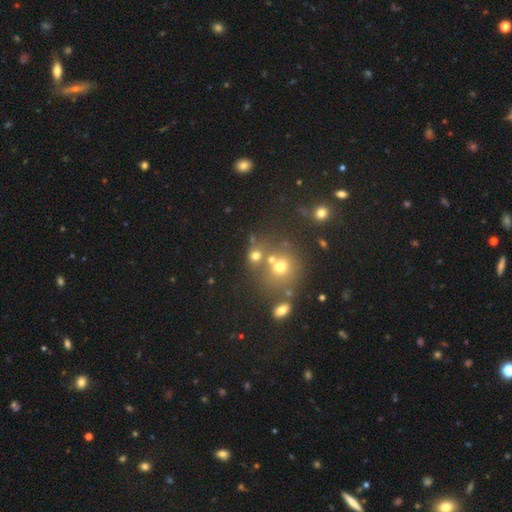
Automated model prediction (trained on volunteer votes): Overall: smooth (65%). How rounded: round (76%). Merging: none (52%; merger 32%).